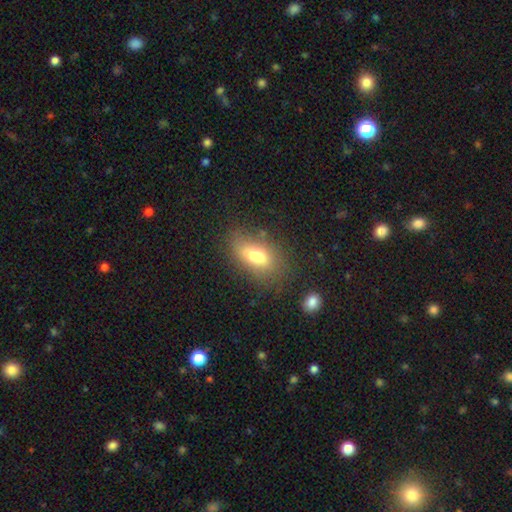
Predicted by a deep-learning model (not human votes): Smooth or featured: smooth — 72% (featured or disk — 18%)
How rounded: in between — 82% (cigar-shaped — 12%)
Merging: none — 63% (minor disturbance — 20%)